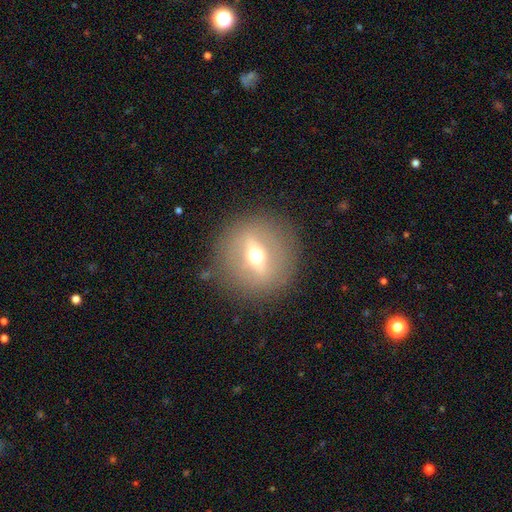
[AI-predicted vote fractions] Q: Smooth or featured?
A: featured or disk (66%); runner-up: smooth (25%)
Q: Edge-on disk?
A: no (55%); runner-up: yes (45%)
Q: Merging?
A: none (87%); runner-up: minor disturbance (8%)